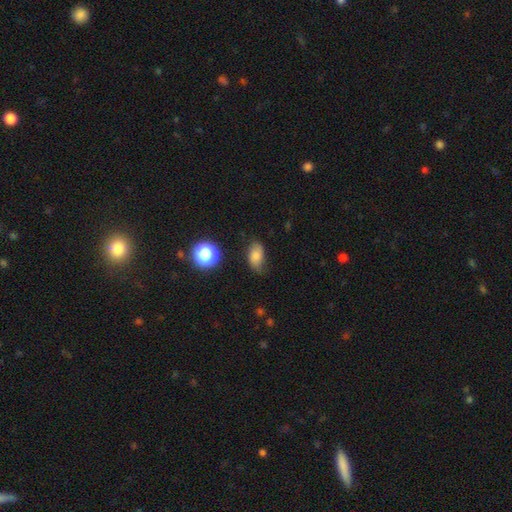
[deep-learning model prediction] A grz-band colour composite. It shows a smooth galaxy with no disk features (76%) that is in between round and cigar-shaped (87%). Merging: none (68%).